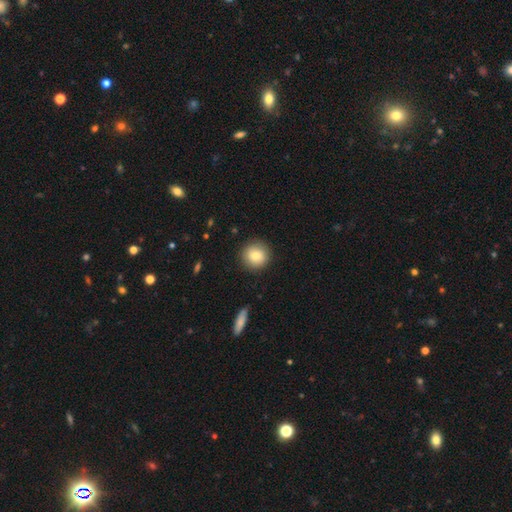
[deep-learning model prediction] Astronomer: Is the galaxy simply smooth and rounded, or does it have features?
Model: smooth — 79%.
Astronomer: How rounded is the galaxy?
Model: round — 92%.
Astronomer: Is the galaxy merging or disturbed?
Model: none — 88%.